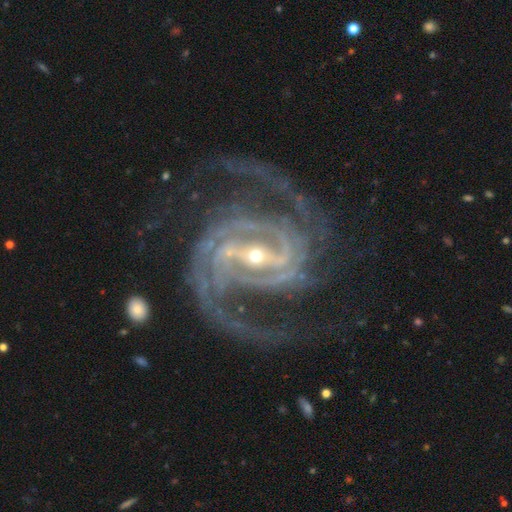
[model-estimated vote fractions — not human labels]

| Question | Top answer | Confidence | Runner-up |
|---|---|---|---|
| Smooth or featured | featured or disk | 94% | star or artifact (4%) |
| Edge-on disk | no | 98% | yes (2%) |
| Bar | strong | 65% | weak (28%) |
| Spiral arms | yes | 99% | no (1%) |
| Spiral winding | medium | 53% | tight (37%) |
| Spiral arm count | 2 | 61% | 3 (16%) |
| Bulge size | small | 66% | moderate (30%) |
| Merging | none | 70% | minor disturbance (15%) |